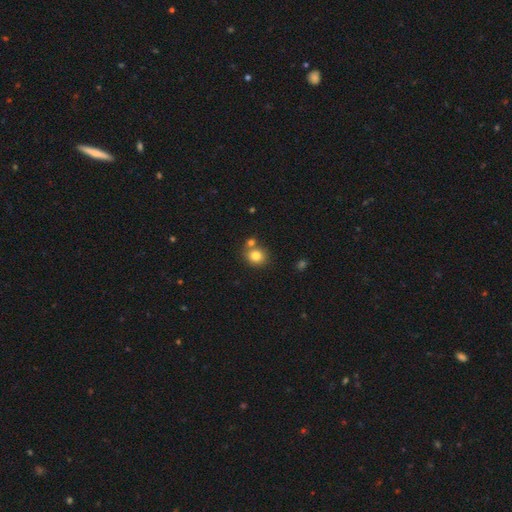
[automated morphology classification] Smooth or featured?
  - smooth: 80% *
  - star or artifact: 11%
  - featured or disk: 9%
How rounded?
  - round: 78% *
  - in between: 21%
  - cigar-shaped: 1%
Merging?
  - none: 65% *
  - merger: 23%
  - minor disturbance: 9%
  - major disturbance: 3%